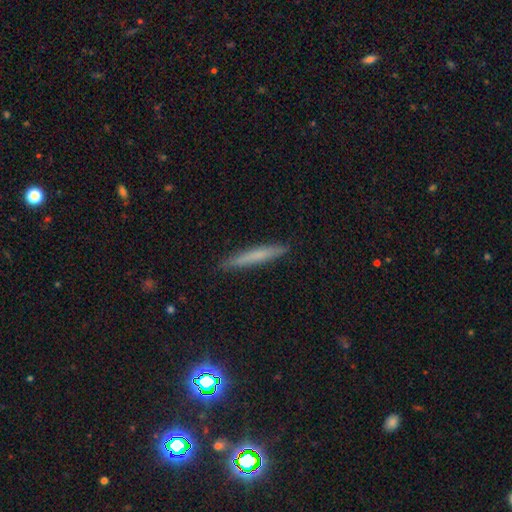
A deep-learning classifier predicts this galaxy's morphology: The model was most divided on "smooth or featured": smooth: 63%, featured or disk: 29%, star or artifact: 9%. More confident: how rounded — cigar-shaped (96%); merging — none (90%).